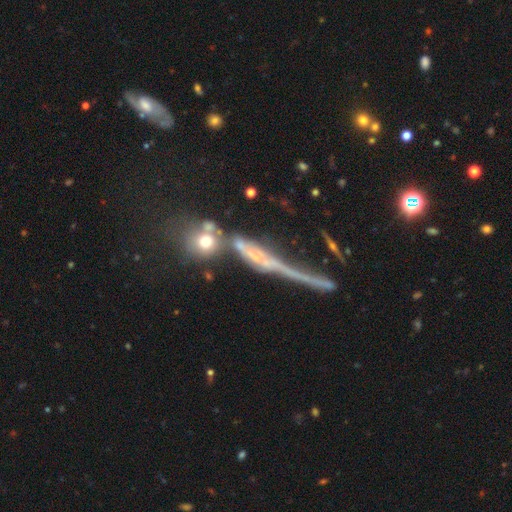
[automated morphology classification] This appears to be a featured or disk galaxy (40%). Merging: none (52%).